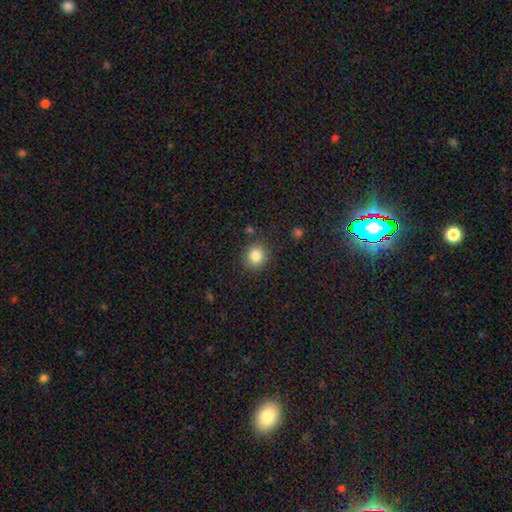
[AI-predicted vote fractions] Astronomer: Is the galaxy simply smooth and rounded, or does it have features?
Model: smooth — 84%.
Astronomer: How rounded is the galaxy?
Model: round — 83%.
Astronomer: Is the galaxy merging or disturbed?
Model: none — 86%.